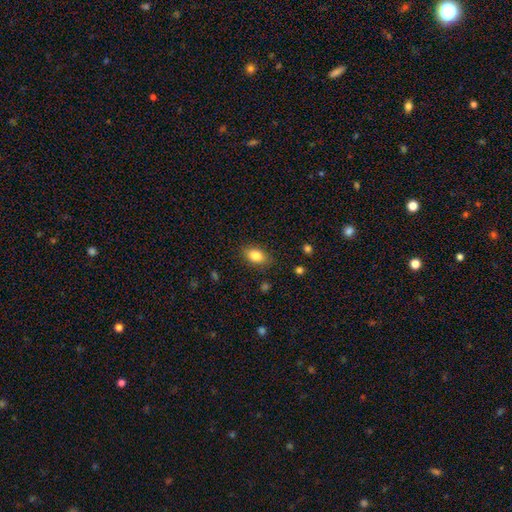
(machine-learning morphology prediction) A smooth galaxy with no disk features (83%) that is in between round and cigar-shaped (84%).

Vote fractions:
- Smooth or featured? smooth: 83% / star or artifact: 9% / featured or disk: 8%
- How rounded? in between: 84% / round: 14% / cigar-shaped: 2%
- Merging? none: 83% / minor disturbance: 12% / major disturbance: 3% / merger: 1%